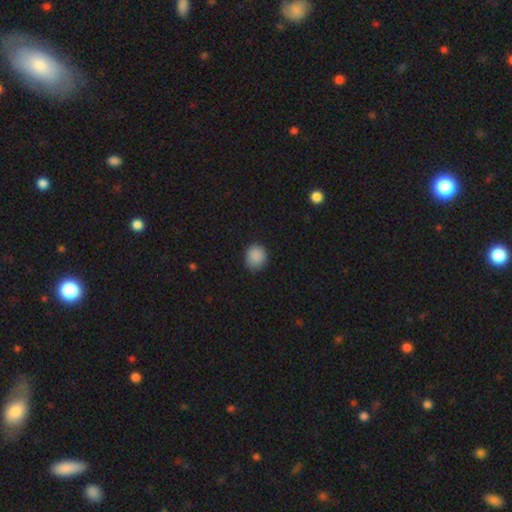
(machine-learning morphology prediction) Smooth or featured?
  - smooth: 88% *
  - star or artifact: 9%
  - featured or disk: 3%
How rounded?
  - round: 76% *
  - in between: 23%
  - cigar-shaped: 1%
Merging?
  - none: 80% *
  - minor disturbance: 16%
  - major disturbance: 3%
  - merger: 1%